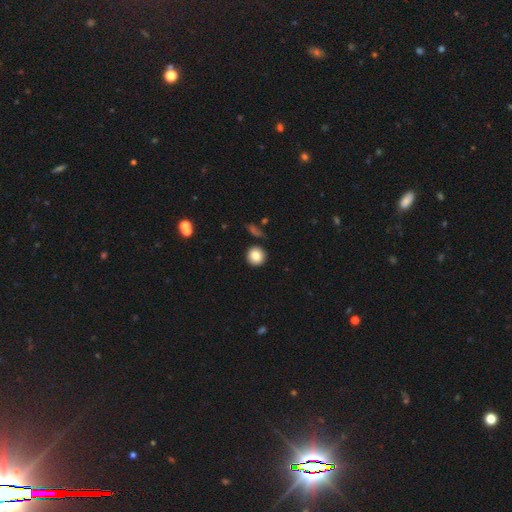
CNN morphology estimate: Q: Smooth or featured?
A: smooth (83%); runner-up: star or artifact (9%)
Q: How rounded?
A: round (93%); runner-up: in between (6%)
Q: Merging?
A: none (87%); runner-up: minor disturbance (7%)